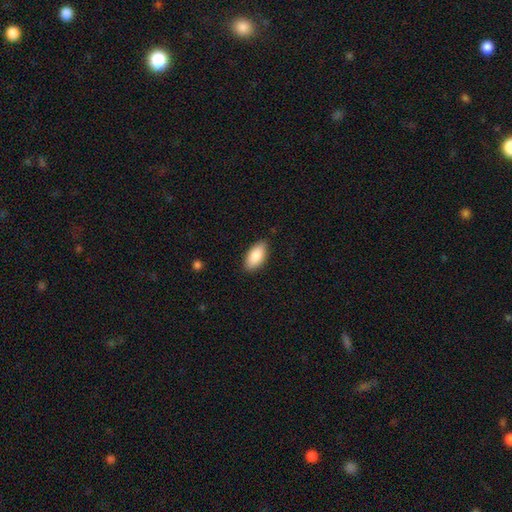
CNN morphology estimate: smooth-or-featured: smooth: 87% | featured or disk: 7% | star or artifact: 6%
  how-rounded: in between: 93% | cigar-shaped: 5% | round: 2%
  merging: none: 86% | minor disturbance: 10% | major disturbance: 2% | merger: 1%